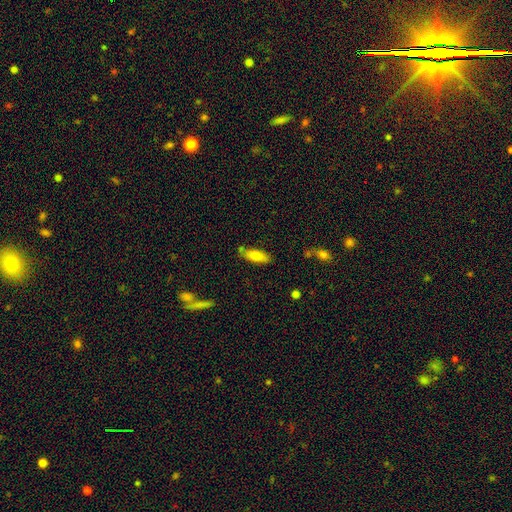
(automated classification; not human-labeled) smooth 75%, featured or disk 18%, star or artifact 7%. Down the decision tree: how rounded — in between (66%); merging — none (75%).